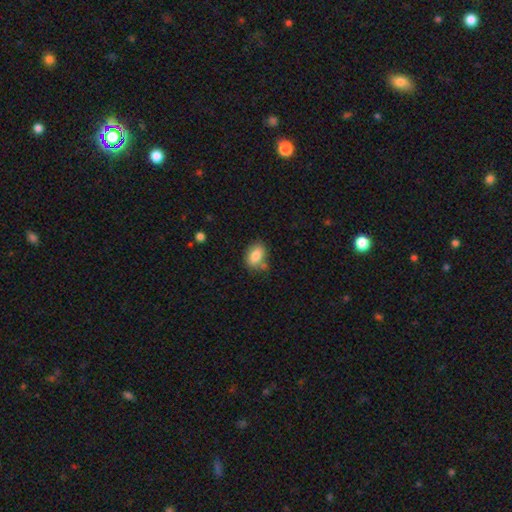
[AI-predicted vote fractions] smooth 81%, featured or disk 11%, star or artifact 8%. Down the decision tree: how rounded — in between (81%); merging — none (64%).